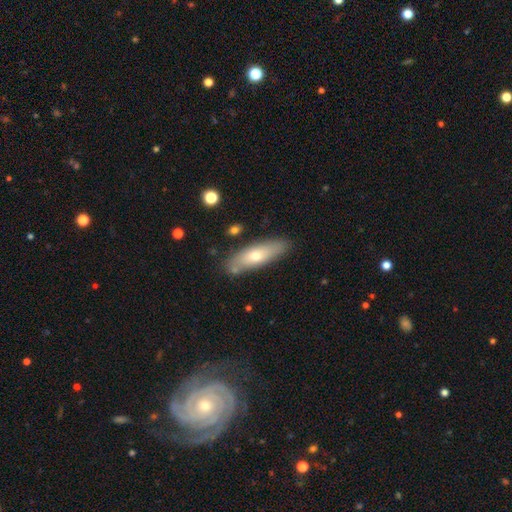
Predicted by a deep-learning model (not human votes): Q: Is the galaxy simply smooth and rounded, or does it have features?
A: smooth — 61%.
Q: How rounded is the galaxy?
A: in between — 49%.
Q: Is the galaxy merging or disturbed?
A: none — 81%.